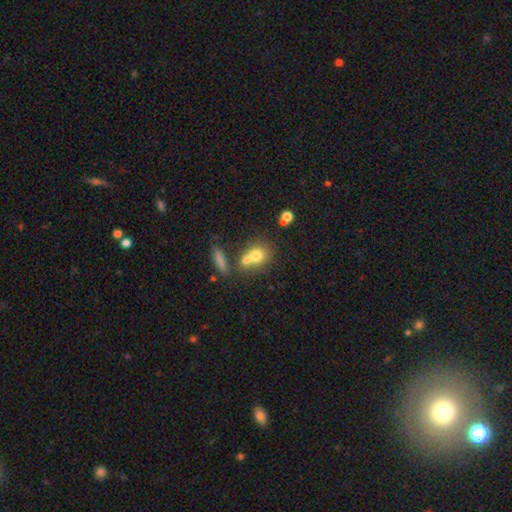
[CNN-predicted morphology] Smooth or featured?
  - smooth: 72% *
  - featured or disk: 17%
  - star or artifact: 12%
How rounded?
  - round: 67% *
  - in between: 31%
  - cigar-shaped: 2%
Merging?
  - merger: 47% *
  - none: 39%
  - minor disturbance: 9%
  - major disturbance: 5%